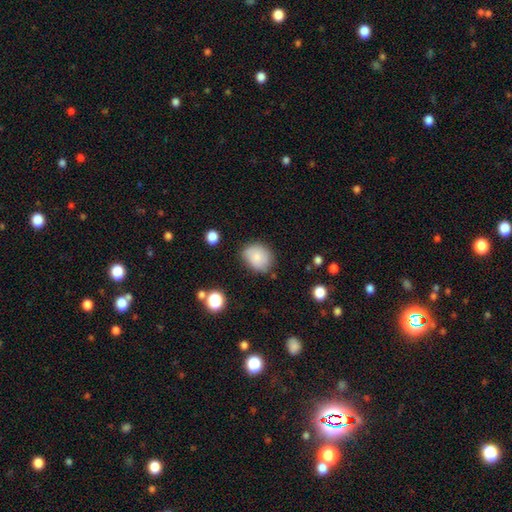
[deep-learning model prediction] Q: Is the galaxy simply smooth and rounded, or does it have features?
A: smooth — 81%.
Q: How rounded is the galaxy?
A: in between — 51%.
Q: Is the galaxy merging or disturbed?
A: none — 69%.